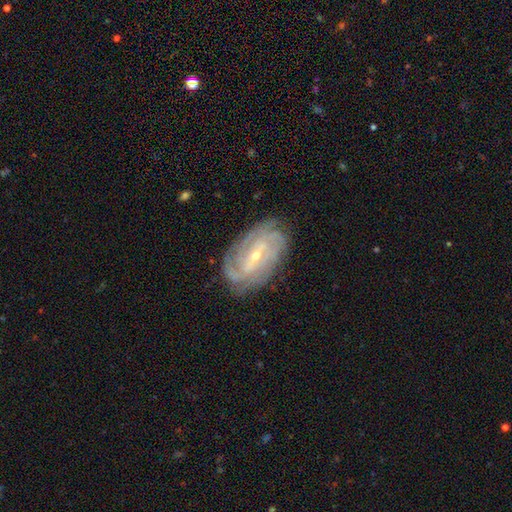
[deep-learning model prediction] A featured or disk galaxy (88%) with a weak bar (46%), tight (69%) spiral arms (97%) and a small central bulge (66%). Merging: none (80%).